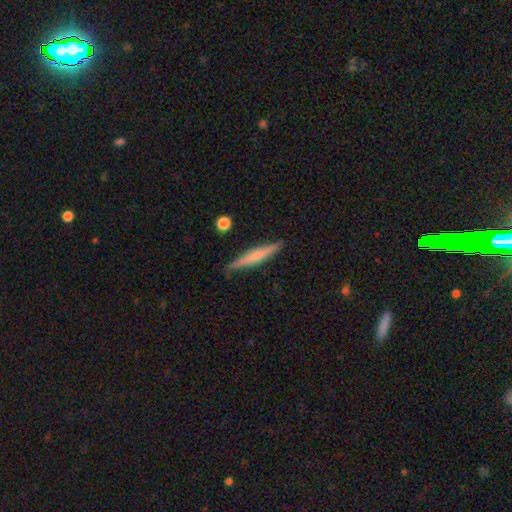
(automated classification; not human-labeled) Smooth or featured?
  - smooth: 48% *
  - featured or disk: 46%
  - star or artifact: 6%
Merging?
  - none: 88% *
  - minor disturbance: 9%
  - major disturbance: 2%
  - merger: 2%